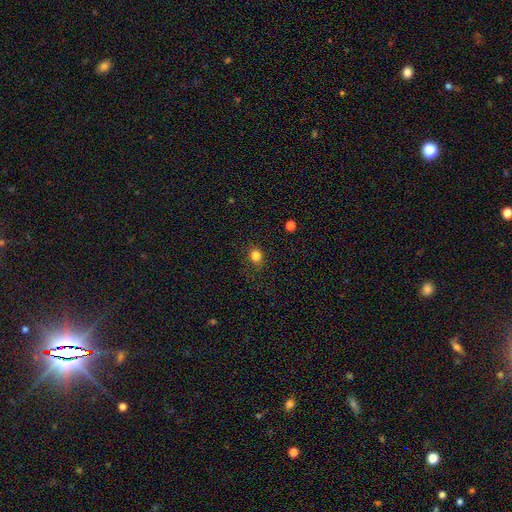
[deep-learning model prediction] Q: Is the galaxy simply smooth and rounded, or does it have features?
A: smooth — 81%.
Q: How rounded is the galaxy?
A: round — 76%.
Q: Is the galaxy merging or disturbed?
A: none — 82%.